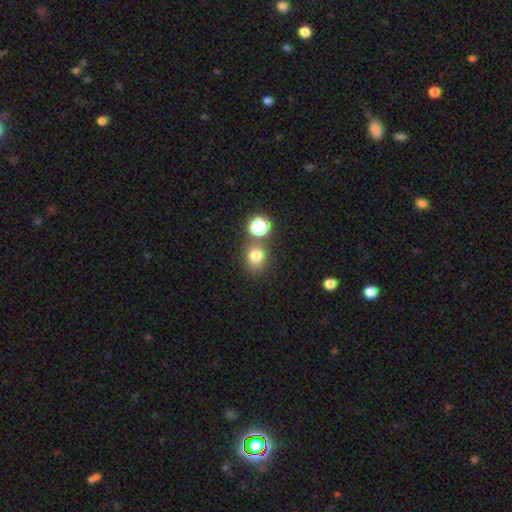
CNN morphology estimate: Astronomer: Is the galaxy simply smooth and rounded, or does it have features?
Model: smooth — 75%.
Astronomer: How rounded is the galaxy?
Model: round — 79%.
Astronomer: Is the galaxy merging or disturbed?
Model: none — 72%.